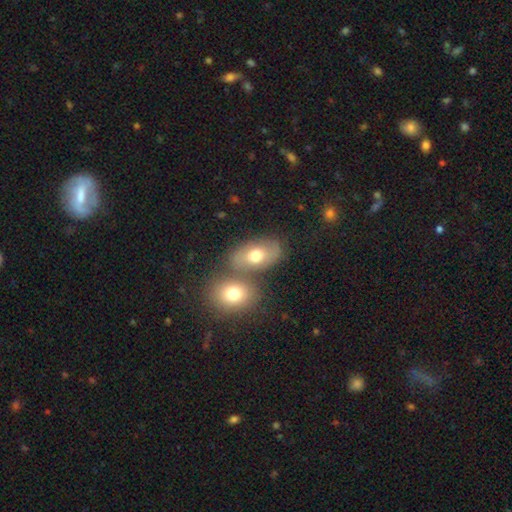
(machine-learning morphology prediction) This appears to be a smooth galaxy with no disk features (60%) that is in between round and cigar-shaped (81%). Merging: none (51%).